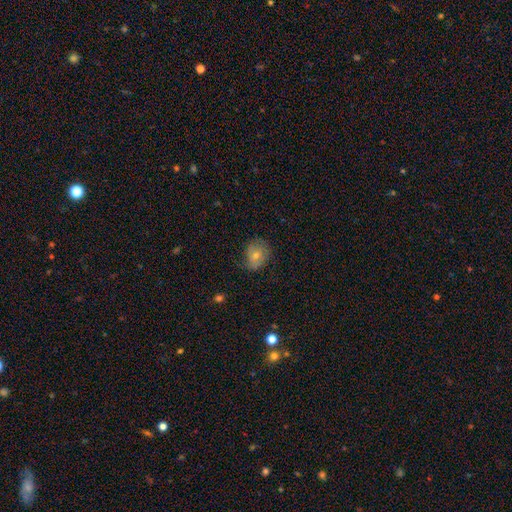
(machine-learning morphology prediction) A smooth galaxy with no disk features (67%) that is round (58%).

Vote fractions:
- Smooth or featured? smooth: 67% / featured or disk: 24% / star or artifact: 9%
- How rounded? round: 58% / in between: 41% / cigar-shaped: 1%
- Merging? none: 59% / minor disturbance: 29% / major disturbance: 10% / merger: 1%